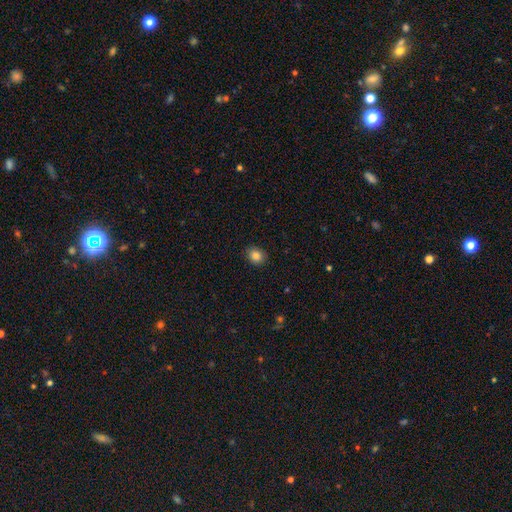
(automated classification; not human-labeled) Smooth or featured? smooth (85%)
How rounded? round (59%)
Merging? none (90%)